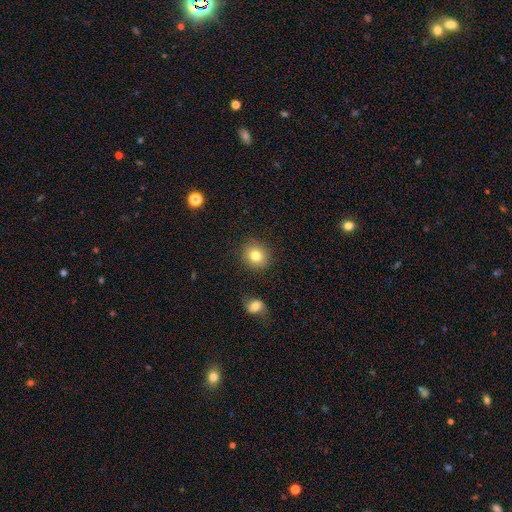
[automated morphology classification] This appears to be a smooth galaxy with no disk features (81%) that is round (84%). Merging: none (86%).